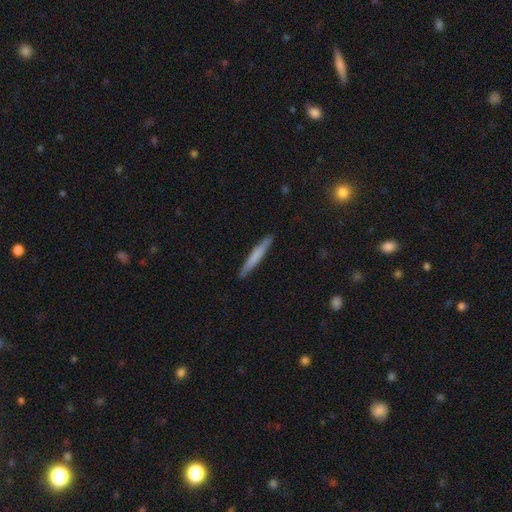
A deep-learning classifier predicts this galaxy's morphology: Overall: smooth (68%). How rounded: cigar-shaped (96%). Merging: none (91%).